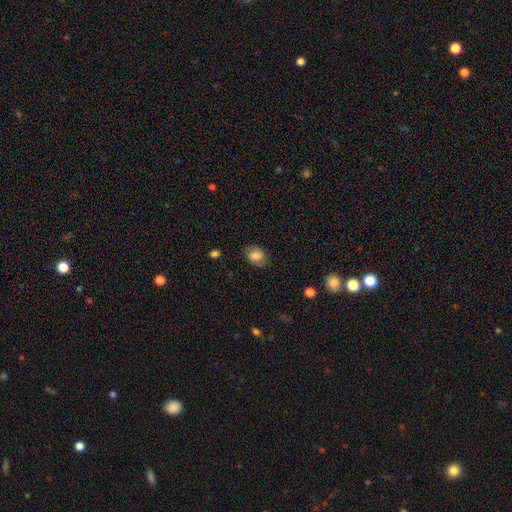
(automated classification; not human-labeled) This is likely a smooth galaxy (71%). How rounded: likely in between (69%). Merging: likely none (76%).